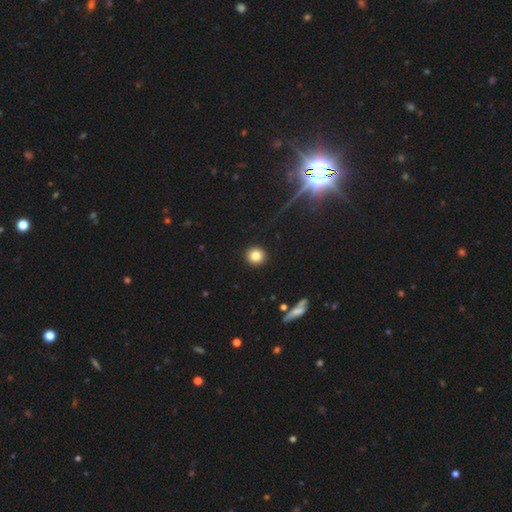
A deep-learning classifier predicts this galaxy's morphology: smooth 83%, star or artifact 10%, featured or disk 6%. Down the decision tree: how rounded — round (93%); merging — none (93%).